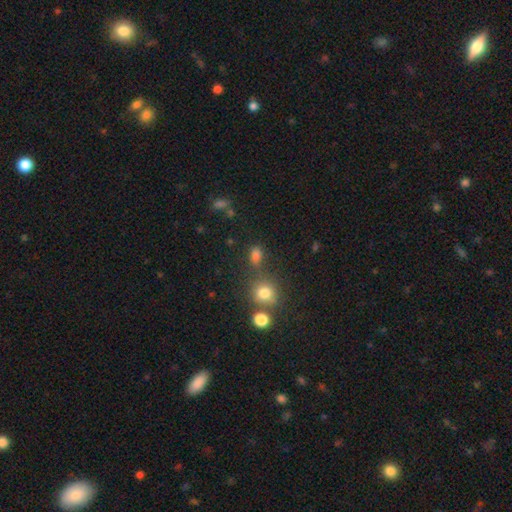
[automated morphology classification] A smooth galaxy with no disk features (76%) that is in between round and cigar-shaped (64%).

Vote fractions:
- Smooth or featured? smooth: 76% / star or artifact: 17% / featured or disk: 6%
- How rounded? in between: 64% / round: 33% / cigar-shaped: 3%
- Merging? none: 65% / minor disturbance: 15% / merger: 13% / major disturbance: 7%